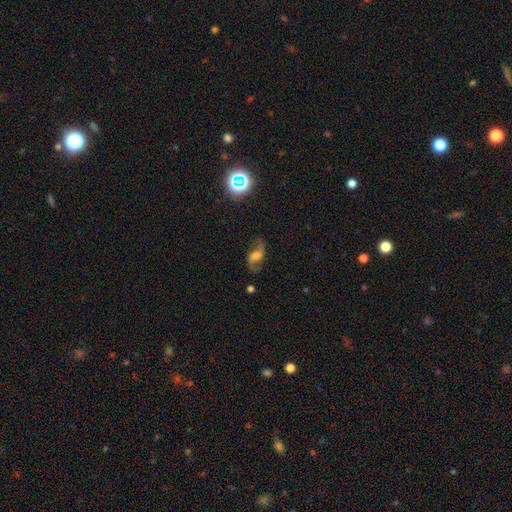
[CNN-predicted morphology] Q: Smooth or featured?
A: featured or disk (70%); runner-up: smooth (18%)
Q: Edge-on disk?
A: no (95%); runner-up: yes (5%)
Q: Bar?
A: weak (47%); runner-up: no (35%)
Q: Spiral arms?
A: yes (92%); runner-up: no (8%)
Q: Spiral winding?
A: loose (72%); runner-up: medium (23%)
Q: Spiral arm count?
A: 2 (91%); runner-up: can't tell (3%)
Q: Bulge size?
A: moderate (33%); runner-up: large (27%)
Q: Merging?
A: none (73%); runner-up: minor disturbance (16%)